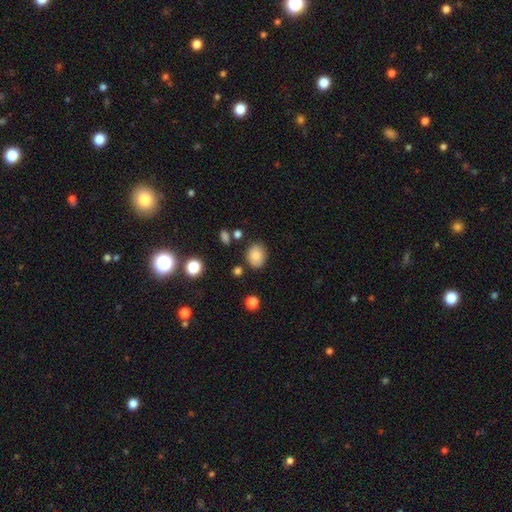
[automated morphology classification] type=smooth (83%); roundness=in between (55%); merging=none (80%).